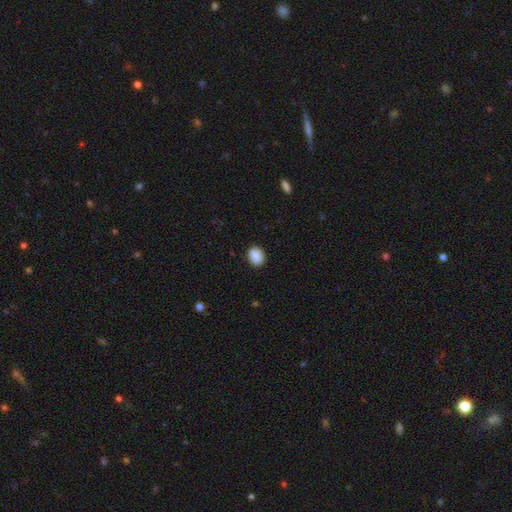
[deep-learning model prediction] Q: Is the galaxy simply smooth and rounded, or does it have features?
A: smooth — 90%.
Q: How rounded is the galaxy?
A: in between — 57%.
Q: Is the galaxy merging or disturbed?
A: none — 88%.